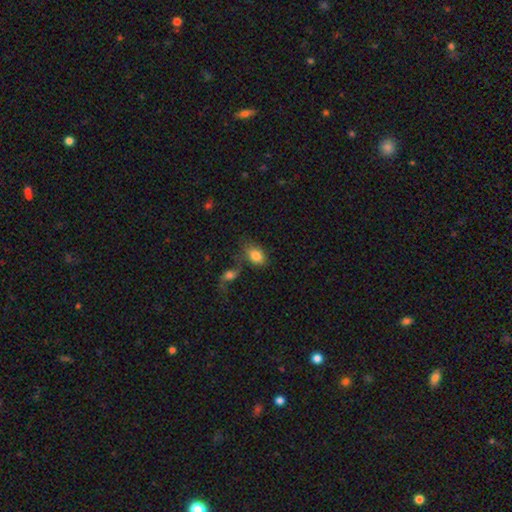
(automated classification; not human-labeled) A smooth galaxy with no disk features (83%) that is in between round and cigar-shaped (83%).

Vote fractions:
- Smooth or featured? smooth: 83% / featured or disk: 10% / star or artifact: 8%
- How rounded? in between: 83% / round: 15% / cigar-shaped: 2%
- Merging? none: 50% / merger: 25% / minor disturbance: 16% / major disturbance: 9%